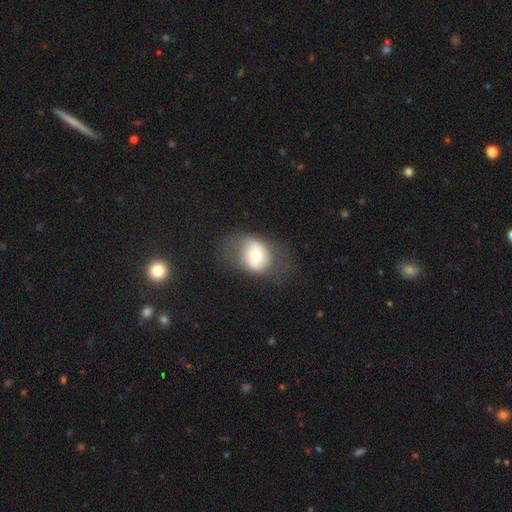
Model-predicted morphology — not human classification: smooth_or_featured: smooth (p=0.51) [alt: featured or disk p=0.41]
how_rounded: in between (p=0.50) [alt: round p=0.49]
merging: none (p=0.57) [alt: minor disturbance p=0.22]